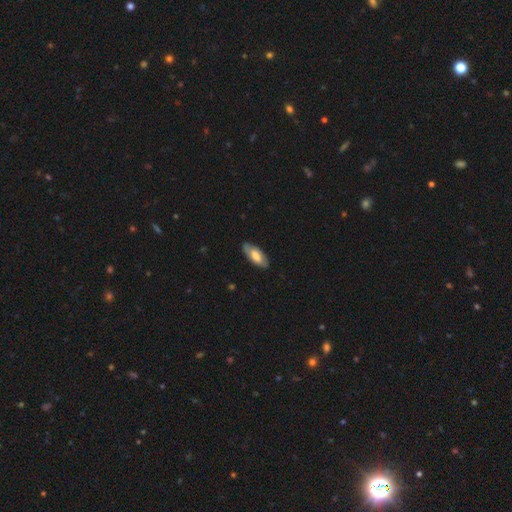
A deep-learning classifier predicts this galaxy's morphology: smooth 61%, featured or disk 34%, star or artifact 5%. Down the decision tree: how rounded — in between (86%); merging — none (83%).